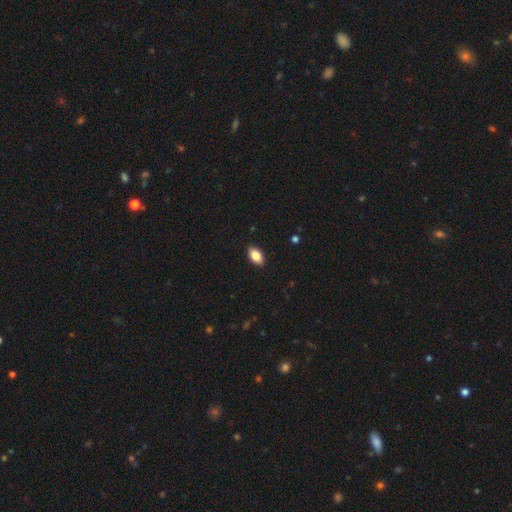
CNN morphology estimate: Smooth or featured?
  - smooth: 87% *
  - star or artifact: 8%
  - featured or disk: 6%
How rounded?
  - in between: 92% *
  - round: 6%
  - cigar-shaped: 2%
Merging?
  - none: 89% *
  - minor disturbance: 8%
  - major disturbance: 2%
  - merger: 1%